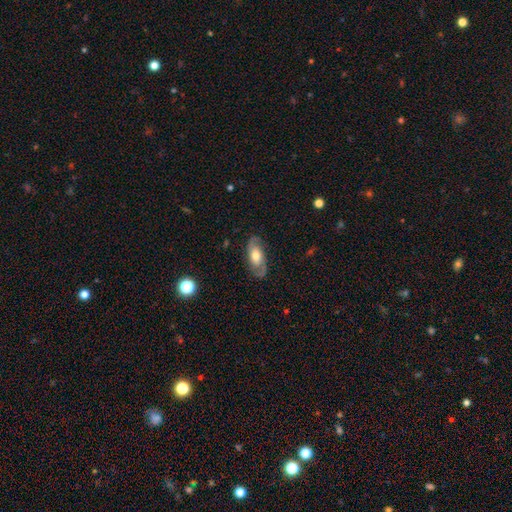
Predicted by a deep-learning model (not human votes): Overall: featured or disk (75%). Edge-on disk: no (93%). Bar: no (63%; weak 28%). Spiral arms: yes (90%). Spiral arm count: 2 (88%). Spiral winding: medium (48%; tight 32%). Bulge size: moderate (63%). Merging: none (82%).